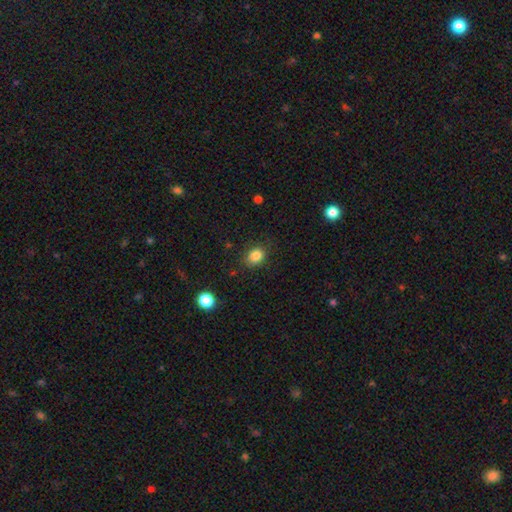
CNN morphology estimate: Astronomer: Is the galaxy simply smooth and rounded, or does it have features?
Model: smooth — 84%.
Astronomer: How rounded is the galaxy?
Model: round — 50% (runner-up: in between, 49%).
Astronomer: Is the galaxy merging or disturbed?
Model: none — 80%.